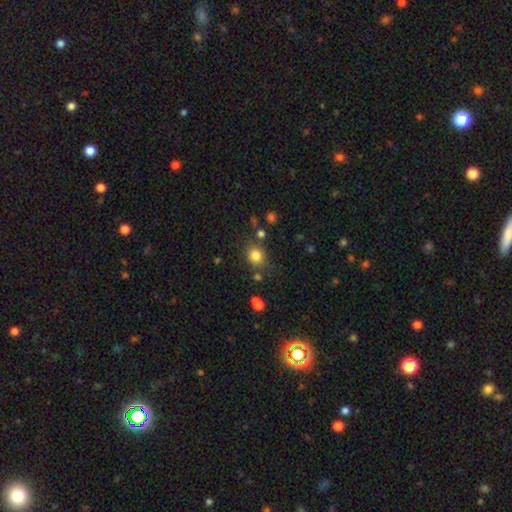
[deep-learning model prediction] Smooth or featured? smooth (82%)
How rounded? round (68%)
Merging? none (74%)